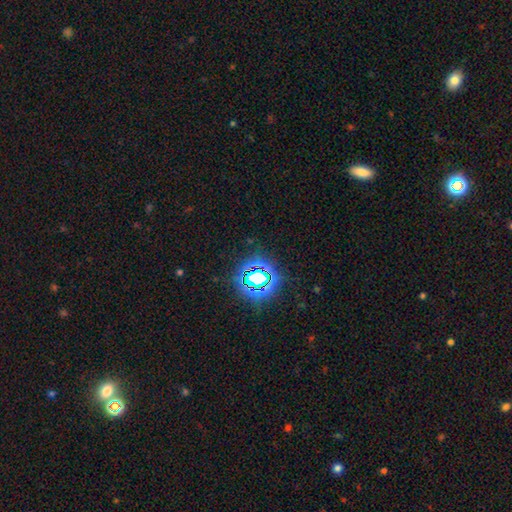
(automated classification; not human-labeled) smooth_or_featured: star or artifact (p=0.77) [alt: smooth p=0.14]